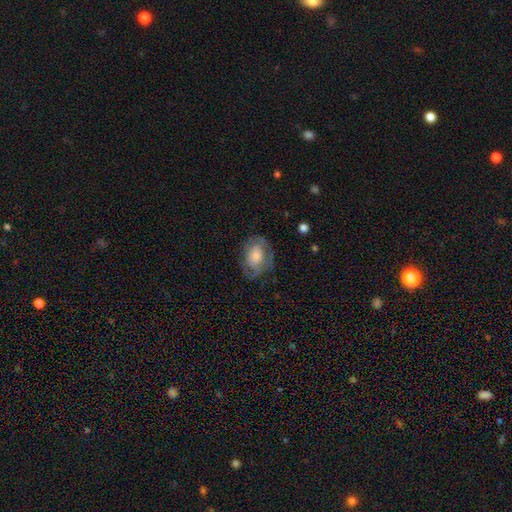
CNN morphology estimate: A featured or disk galaxy (51%). Merging: none (66%).